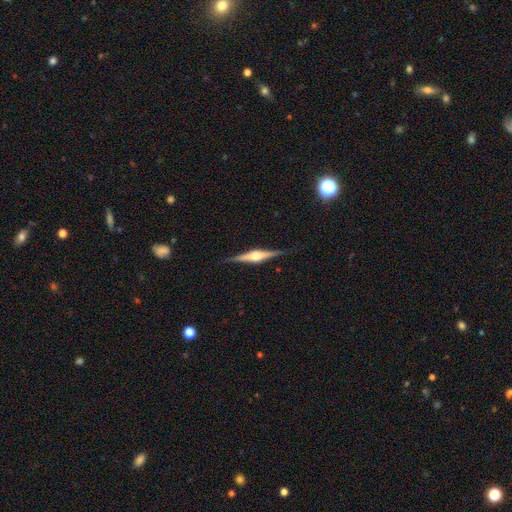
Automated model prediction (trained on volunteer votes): This is clearly a featured or disk galaxy (82%). It is clearly viewed edge-on (98%). Edge-on bulge: clearly rounded (88%). Merging: clearly none (89%).